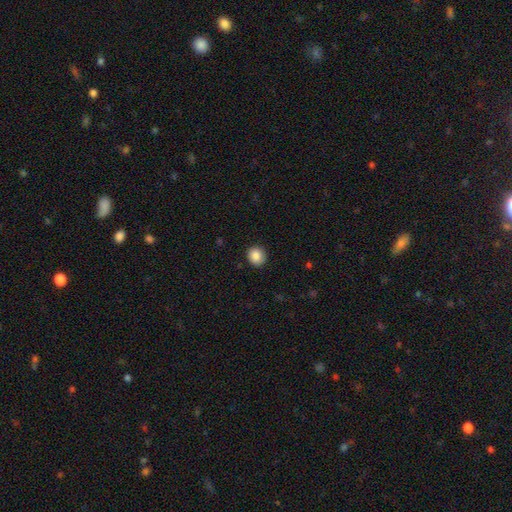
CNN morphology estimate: smooth_or_featured: smooth (p=0.87) [alt: star or artifact p=0.09]
how_rounded: round (p=0.84) [alt: in between p=0.15]
merging: none (p=0.91) [alt: minor disturbance p=0.07]